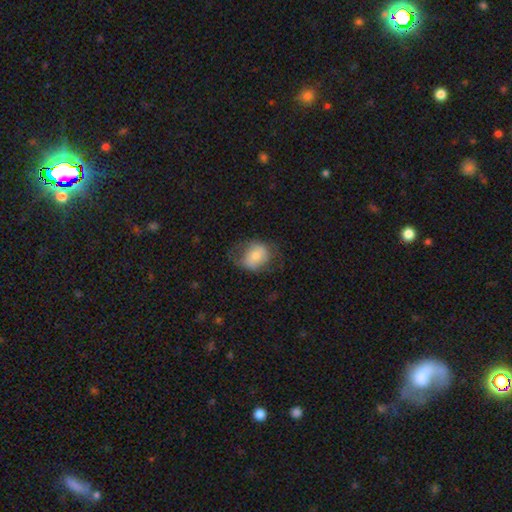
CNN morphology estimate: Smooth or featured? smooth (65%)
How rounded? in between (57%)
Merging? none (52%)